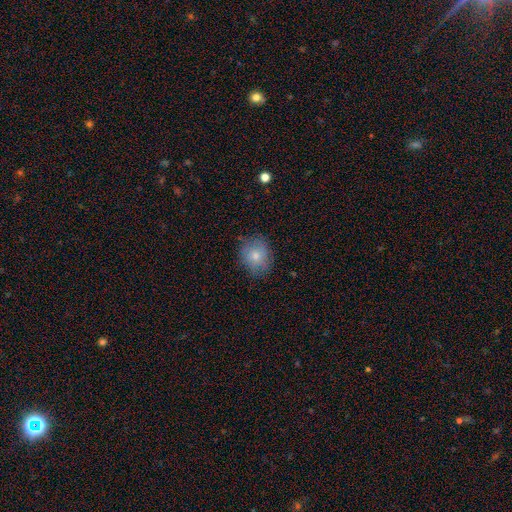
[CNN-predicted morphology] The model was most divided on "how rounded": round: 67%, in between: 32%, cigar-shaped: 1%. More confident: merging — none (76%); smooth or featured — smooth (75%).